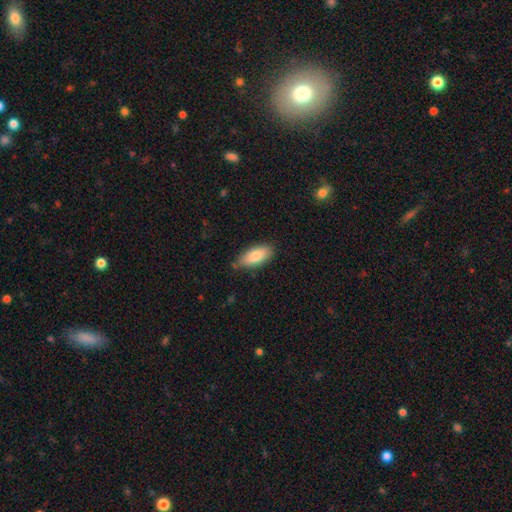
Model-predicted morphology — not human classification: The model was most divided on "merging": none: 81%, minor disturbance: 14%, major disturbance: 3%, merger: 2%. More confident: how rounded — in between (84%); smooth or featured — smooth (82%).